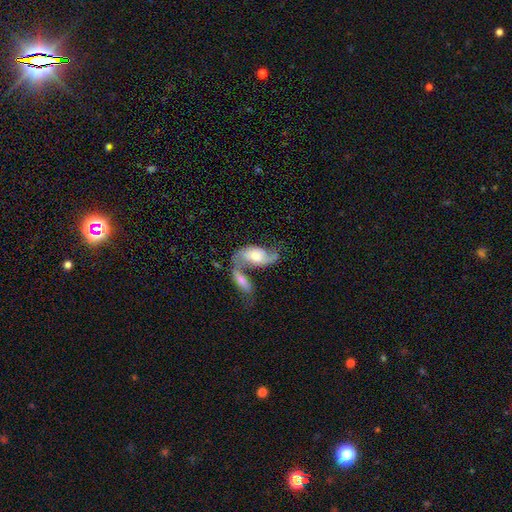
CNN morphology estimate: This appears to be a featured or disk galaxy (65%) with no bar (62%), 2 (79%) loose (63%) spiral arms (86%) and a moderate central bulge (57%). Merging: merger (63%).